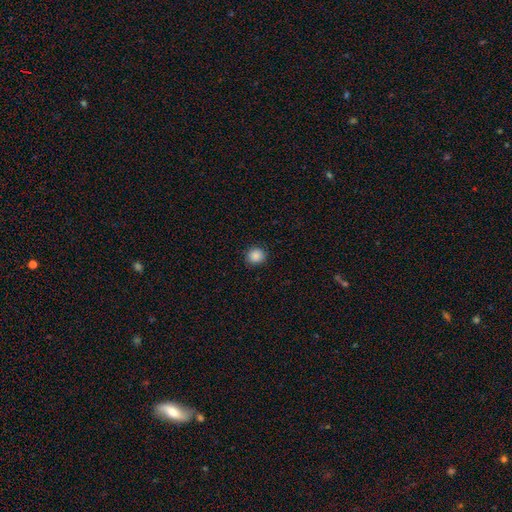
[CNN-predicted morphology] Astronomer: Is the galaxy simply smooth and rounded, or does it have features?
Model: smooth — 88%.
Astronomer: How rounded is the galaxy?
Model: round — 87%.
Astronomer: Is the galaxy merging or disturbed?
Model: none — 90%.